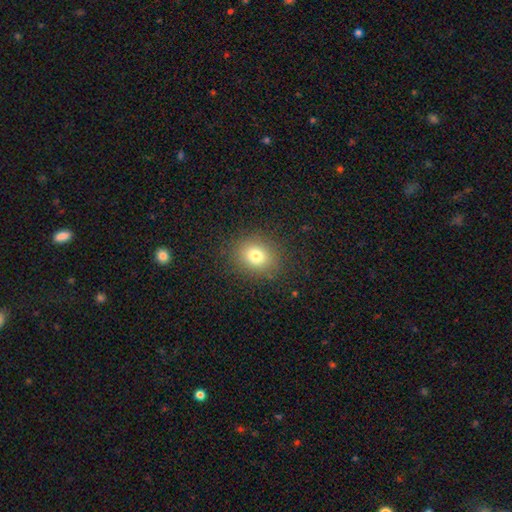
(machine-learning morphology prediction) Smooth or featured: smooth — 77% (star or artifact — 14%)
How rounded: round — 67% (in between — 32%)
Merging: none — 86% (minor disturbance — 9%)